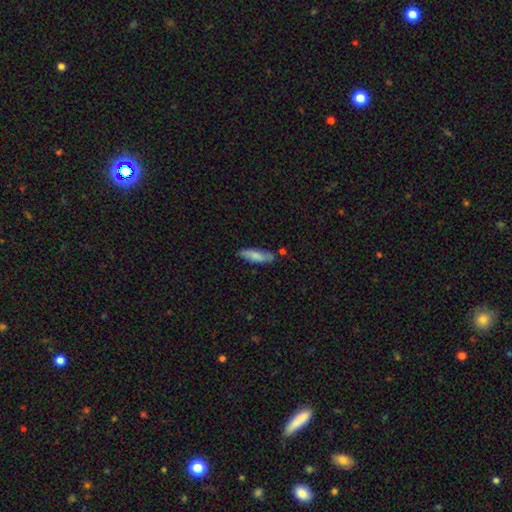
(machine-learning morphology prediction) This appears to be a smooth galaxy with no disk features (75%) that is cigar-shaped (57%). Merging: none (71%).